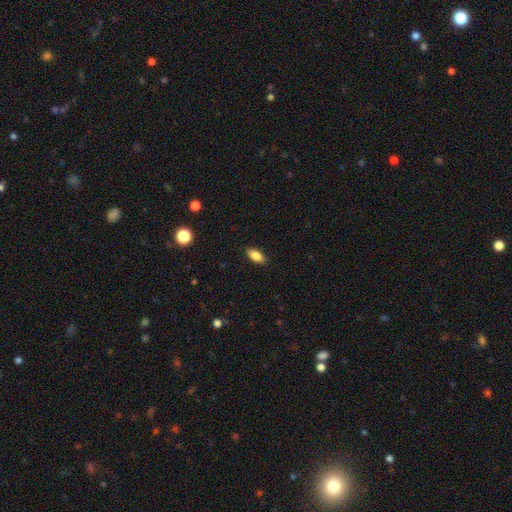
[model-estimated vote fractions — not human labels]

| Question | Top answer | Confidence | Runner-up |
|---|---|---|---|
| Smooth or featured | smooth | 86% | star or artifact (8%) |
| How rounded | in between | 89% | cigar-shaped (8%) |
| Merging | none | 88% | minor disturbance (9%) |